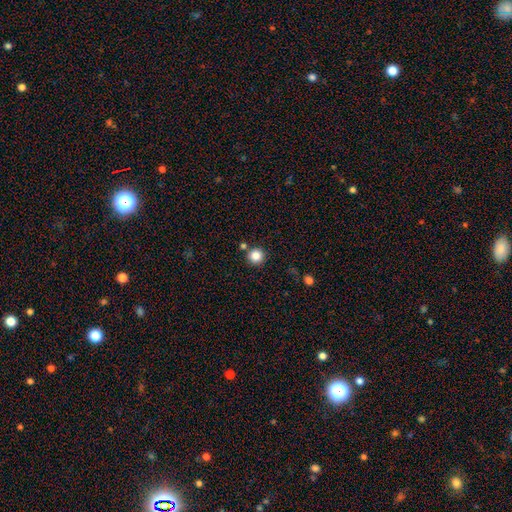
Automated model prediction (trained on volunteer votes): smooth-or-featured: smooth: 85% | star or artifact: 11% | featured or disk: 5%
  how-rounded: round: 95% | in between: 4% | cigar-shaped: 1%
  merging: none: 85% | merger: 7% | minor disturbance: 6% | major disturbance: 2%